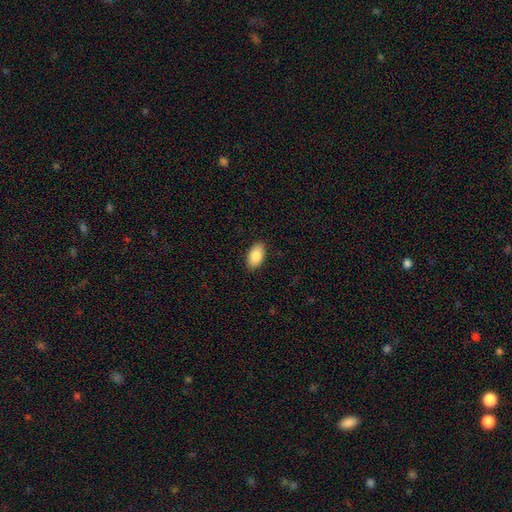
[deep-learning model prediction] A smooth galaxy with no disk features (85%) that is in between round and cigar-shaped (94%). Merging: none (88%).